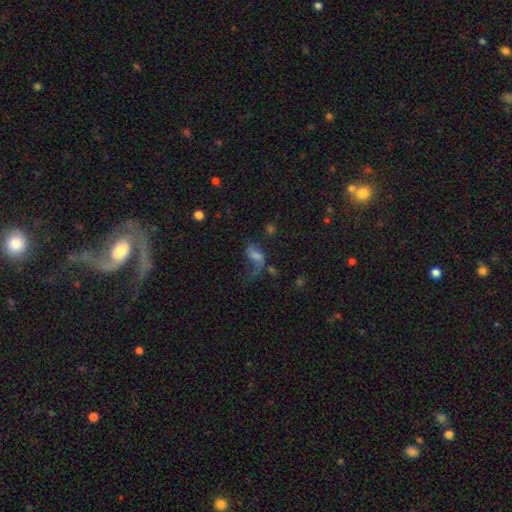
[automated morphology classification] smooth 41% (tied), featured or disk 41% (tied), star or artifact 18%. Down the decision tree: merging — major disturbance (48%).